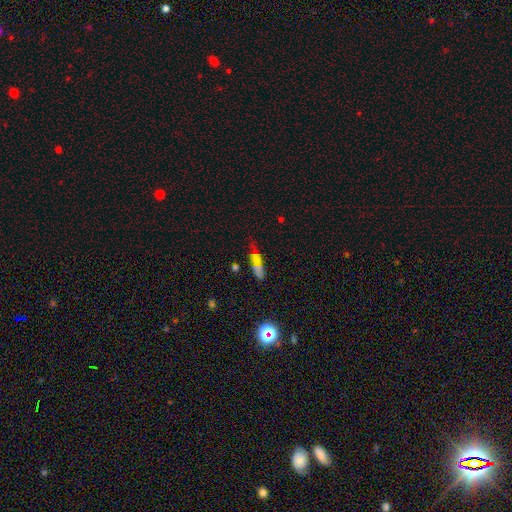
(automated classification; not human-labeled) smooth_or_featured: smooth (p=0.43) [alt: star or artifact p=0.33]
merging: none (p=0.51) [alt: merger p=0.22]